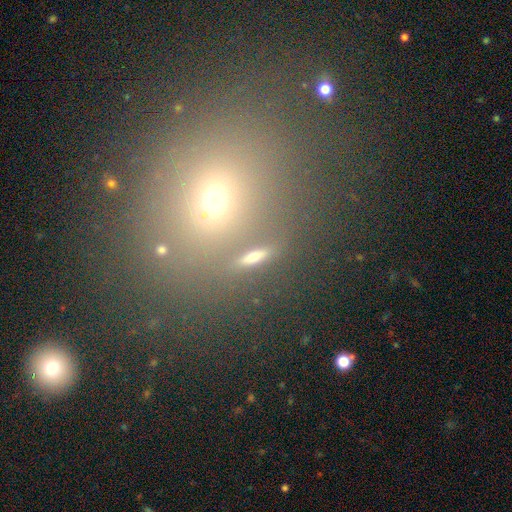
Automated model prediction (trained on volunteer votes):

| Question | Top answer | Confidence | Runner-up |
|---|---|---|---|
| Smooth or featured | smooth | 48% | star or artifact (36%) |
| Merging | none | 72% | merger (12%) |